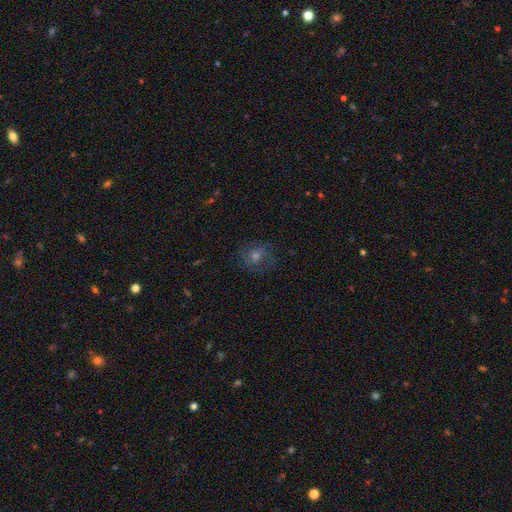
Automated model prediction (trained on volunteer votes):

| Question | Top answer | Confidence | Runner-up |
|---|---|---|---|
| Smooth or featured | featured or disk | 48% | smooth (30%) |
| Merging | none | 79% | minor disturbance (13%) |